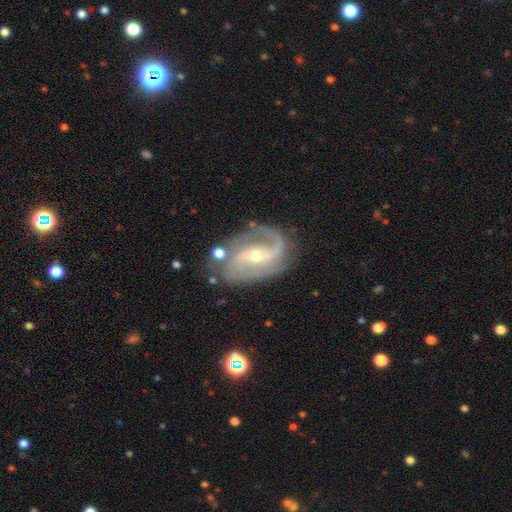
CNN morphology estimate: smooth_or_featured: featured or disk (p=0.89) [alt: smooth p=0.06]
disk_edge_on: no (p=0.96) [alt: yes p=0.04]
bar: weak (p=0.42) [alt: strong p=0.32]
has_spiral_arms: yes (p=0.96) [alt: no p=0.04]
spiral_winding: medium (p=0.49) [alt: loose p=0.29]
spiral_arm_count: 2 (p=0.77) [alt: 3 p=0.07]
bulge_size: moderate (p=0.50) [alt: small p=0.47]
merging: none (p=0.69) [alt: minor disturbance p=0.18]